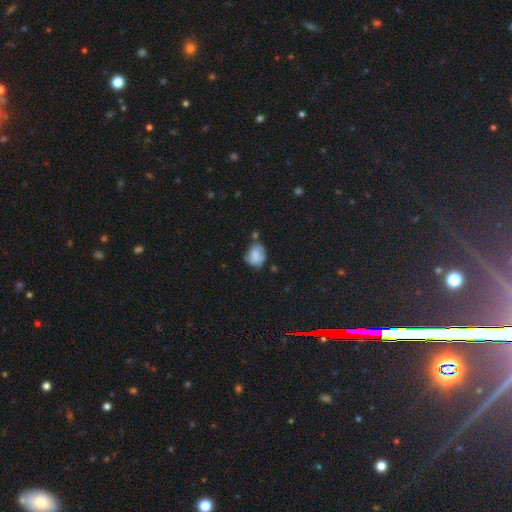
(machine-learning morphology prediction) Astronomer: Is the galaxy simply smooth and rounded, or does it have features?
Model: smooth — 75%.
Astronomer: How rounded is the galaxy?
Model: in between — 54% (runner-up: round, 45%).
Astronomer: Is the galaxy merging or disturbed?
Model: none — 51% (runner-up: minor disturbance, 30%).